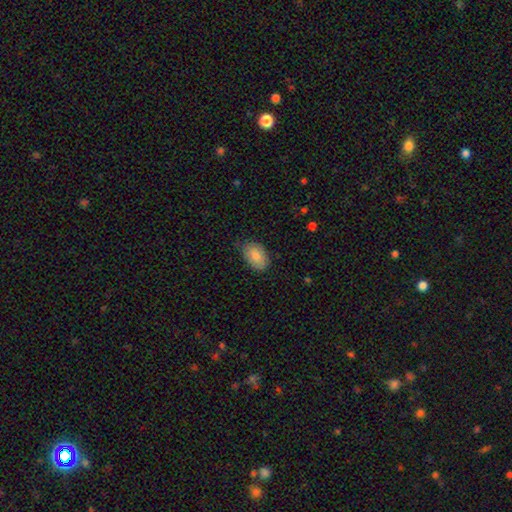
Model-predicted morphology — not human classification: smooth 81%, featured or disk 12%, star or artifact 7%. Down the decision tree: how rounded — in between (88%); merging — none (77%).